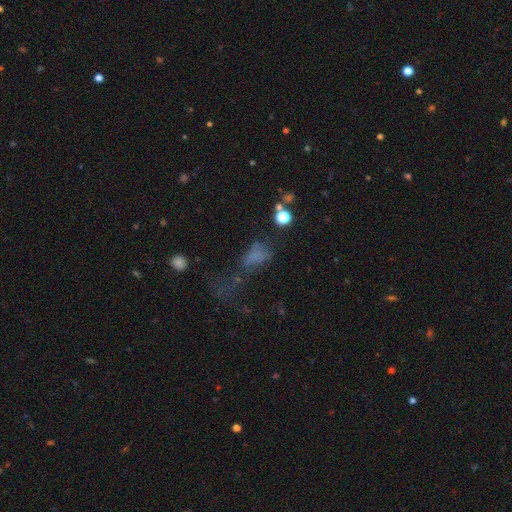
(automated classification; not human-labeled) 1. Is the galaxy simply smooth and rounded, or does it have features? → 53% smooth, 26% star or artifact, 21% featured or disk.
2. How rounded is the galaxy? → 71% in between, 18% round, 11% cigar-shaped.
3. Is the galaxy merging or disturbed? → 46% major disturbance, 24% none, 16% minor disturbance, 15% merger.